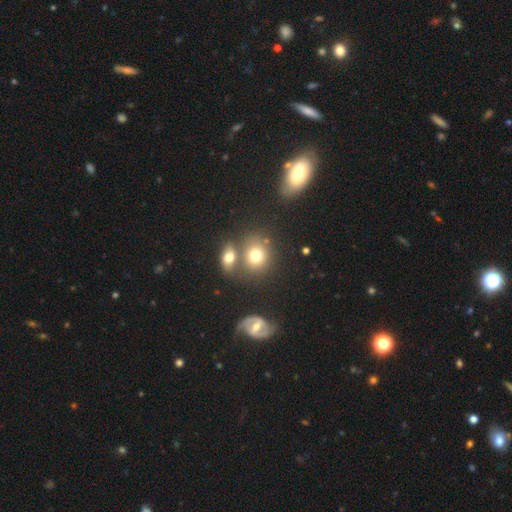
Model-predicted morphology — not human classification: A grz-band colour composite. It shows a smooth galaxy with no disk features (73%) that is round (70%). Merging: none (52%).